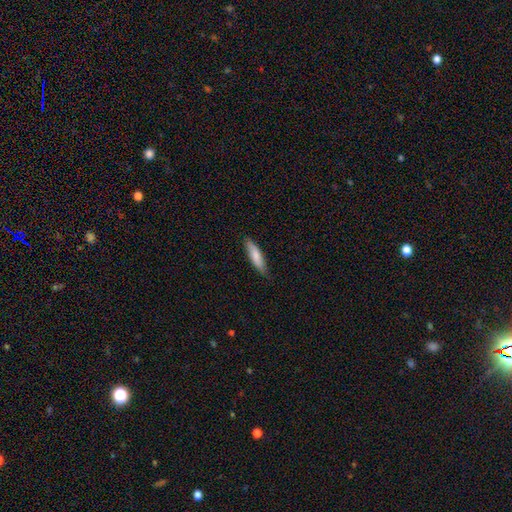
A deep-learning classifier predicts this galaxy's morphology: Smooth or featured?
  - smooth: 77% *
  - featured or disk: 17%
  - star or artifact: 5%
How rounded?
  - cigar-shaped: 71% *
  - in between: 27%
  - round: 2%
Merging?
  - none: 84% *
  - minor disturbance: 13%
  - major disturbance: 2%
  - merger: 1%